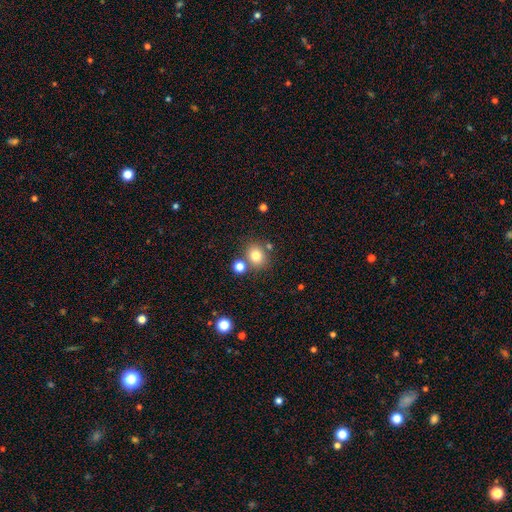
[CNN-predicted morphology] Q: Smooth or featured?
A: smooth (78%); runner-up: star or artifact (13%)
Q: How rounded?
A: round (73%); runner-up: in between (26%)
Q: Merging?
A: none (72%); runner-up: merger (14%)